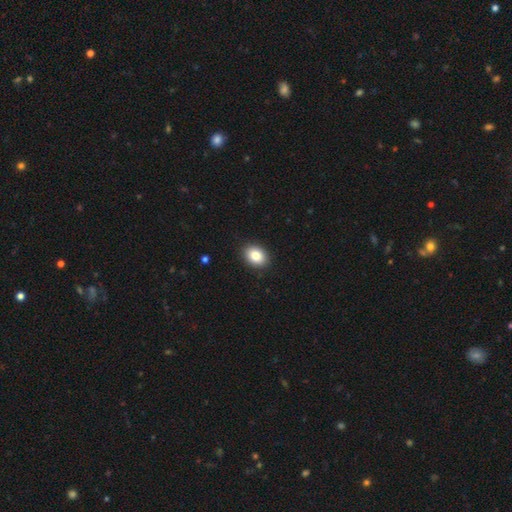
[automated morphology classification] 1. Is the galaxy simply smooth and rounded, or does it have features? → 84% smooth, 8% star or artifact, 8% featured or disk.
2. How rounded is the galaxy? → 67% in between, 32% round, 1% cigar-shaped.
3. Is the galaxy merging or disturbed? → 90% none, 7% minor disturbance, 2% major disturbance, 1% merger.